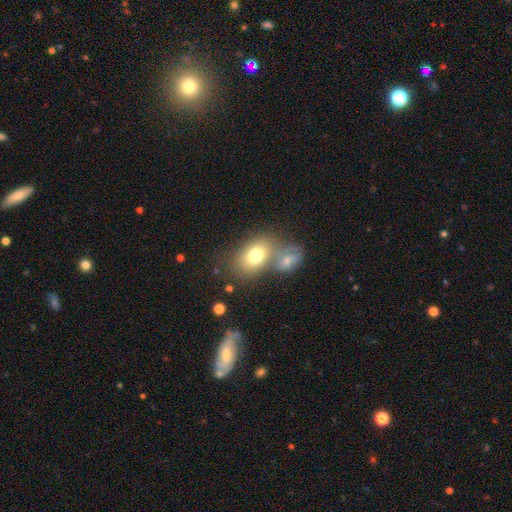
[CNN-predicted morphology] smooth_or_featured: smooth (p=0.74) [alt: featured or disk p=0.16]
how_rounded: in between (p=0.77) [alt: round p=0.21]
merging: none (p=0.44) [alt: merger p=0.37]